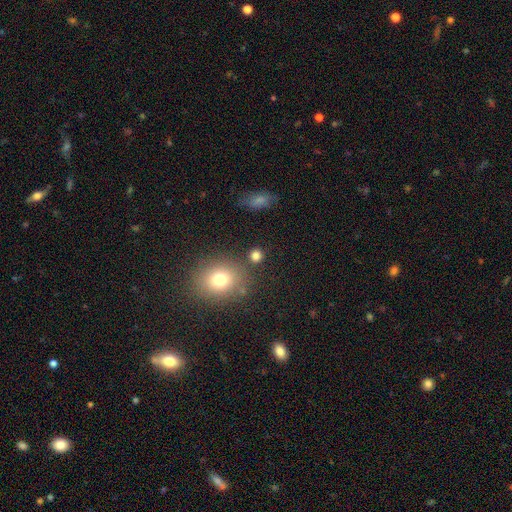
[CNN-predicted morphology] smooth 78%, star or artifact 15%, featured or disk 6%. Down the decision tree: how rounded — round (82%); merging — none (79%).